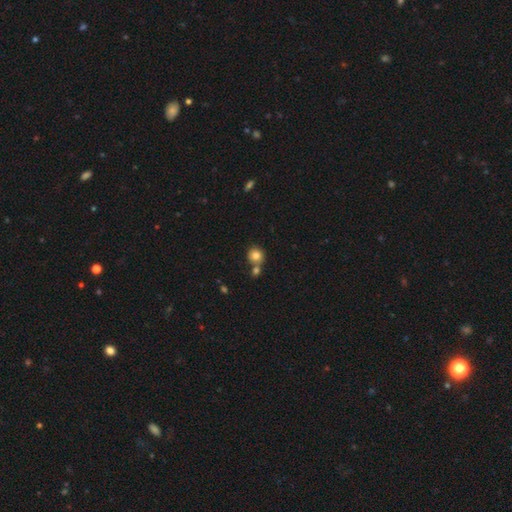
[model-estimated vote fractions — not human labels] Smooth or featured? smooth (82%)
How rounded? round (88%)
Merging? none (61%)